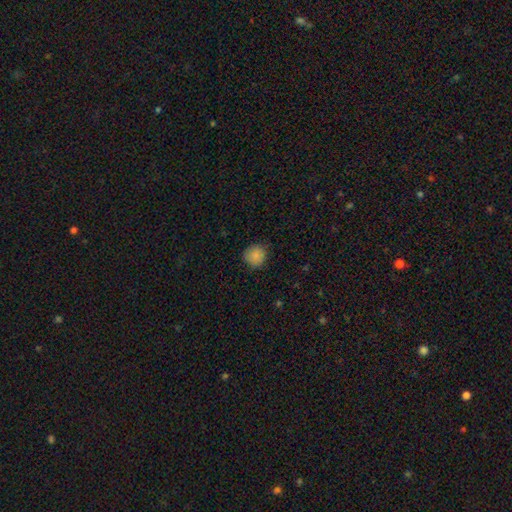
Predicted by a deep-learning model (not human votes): This is clearly a smooth galaxy (86%). How rounded: clearly round (90%). Merging: clearly none (82%).